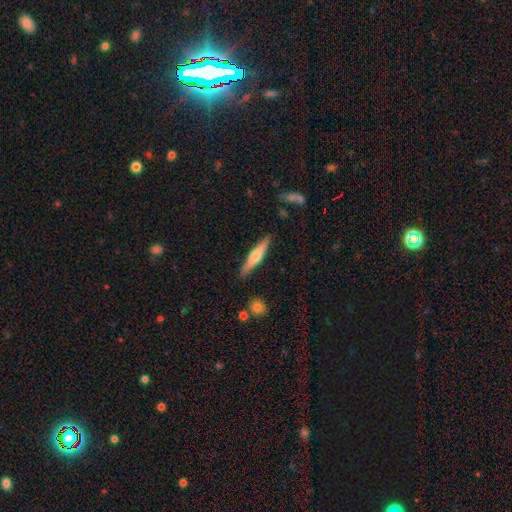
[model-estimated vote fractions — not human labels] Smooth or featured? featured or disk (51%)
Edge-on disk? yes (96%)
Merging? none (89%)